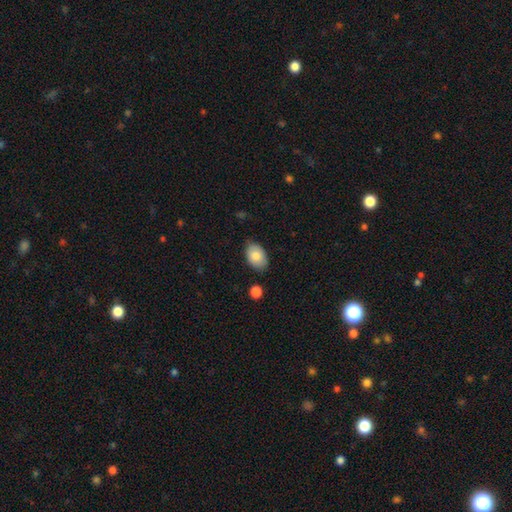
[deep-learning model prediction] smooth-or-featured: smooth: 81% | featured or disk: 12% | star or artifact: 7%
  how-rounded: in between: 88% | round: 11% | cigar-shaped: 1%
  merging: none: 80% | minor disturbance: 15% | major disturbance: 3% | merger: 2%